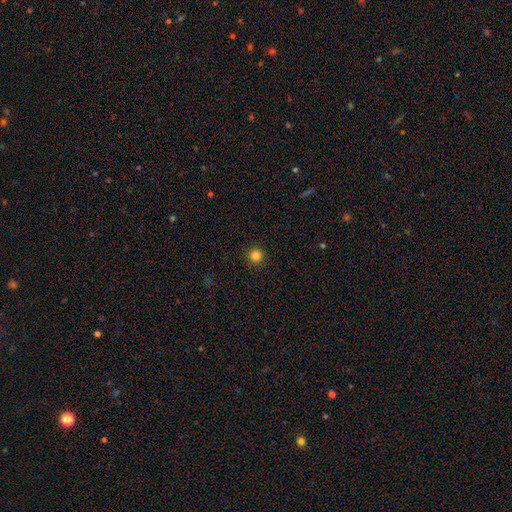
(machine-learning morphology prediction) smooth 82%, star or artifact 13%, featured or disk 4%. Down the decision tree: how rounded — round (96%); merging — none (93%).